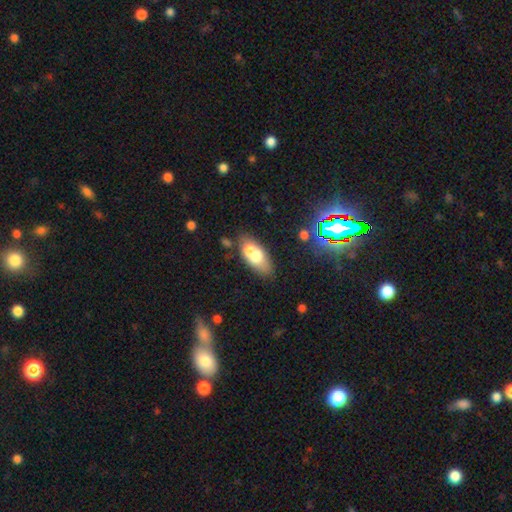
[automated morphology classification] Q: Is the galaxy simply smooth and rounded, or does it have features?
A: smooth — 61%.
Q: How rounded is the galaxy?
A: in between — 82%.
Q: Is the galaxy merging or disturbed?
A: none — 42%.